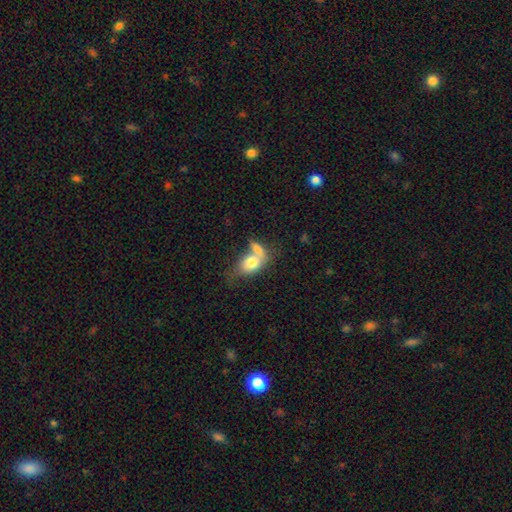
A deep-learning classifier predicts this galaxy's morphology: The model was most divided on "merging": merger: 55%, none: 24%, minor disturbance: 12%, major disturbance: 9%. More confident: how rounded — in between (78%); smooth or featured — smooth (74%).